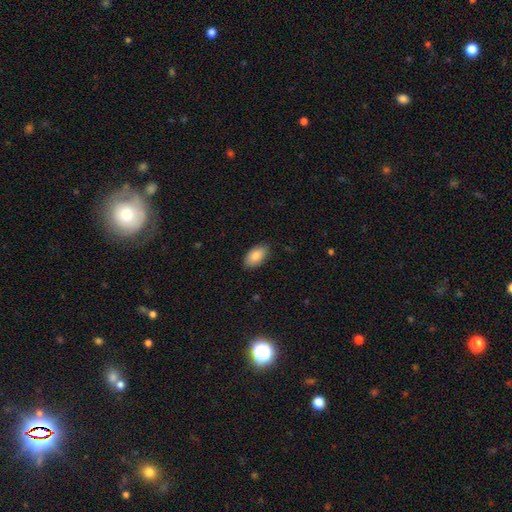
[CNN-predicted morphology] smooth-or-featured: smooth: 85% | featured or disk: 8% | star or artifact: 7%
  how-rounded: in between: 93% | round: 4% | cigar-shaped: 2%
  merging: none: 84% | minor disturbance: 13% | major disturbance: 2% | merger: 1%